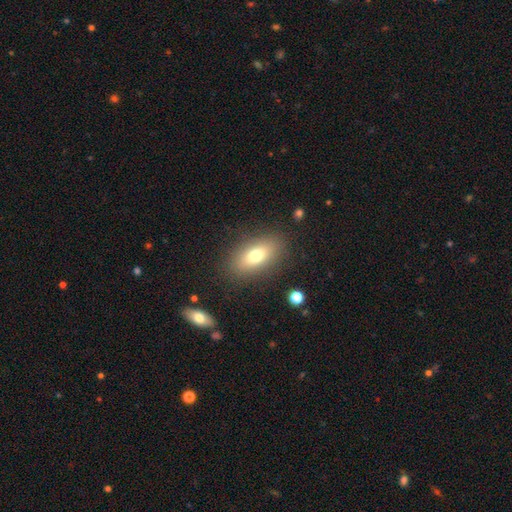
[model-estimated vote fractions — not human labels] smooth_or_featured: smooth (p=0.72) [alt: featured or disk p=0.18]
how_rounded: in between (p=0.84) [alt: cigar-shaped p=0.09]
merging: none (p=0.85) [alt: minor disturbance p=0.10]